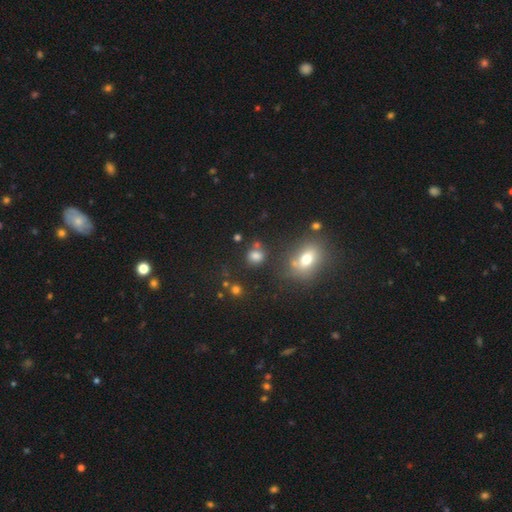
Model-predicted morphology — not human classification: A smooth galaxy with no disk features (77%) that is round (68%). Merging: none (69%).